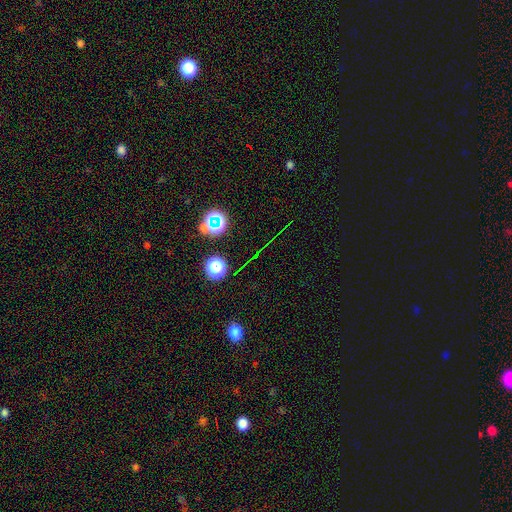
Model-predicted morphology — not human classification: A star or artifact, not a galaxy (67%).

Vote fractions:
- Smooth or featured? star or artifact: 67% / smooth: 20% / featured or disk: 13%